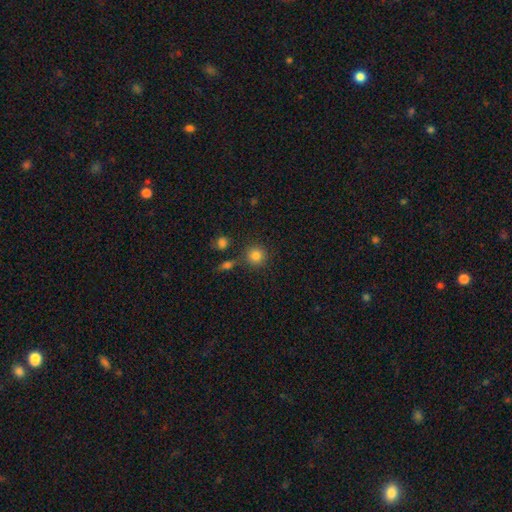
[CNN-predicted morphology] Smooth or featured? Predicted: smooth (p=0.82). How rounded? Predicted: round (p=0.92). Merging? Predicted: none (p=0.80).